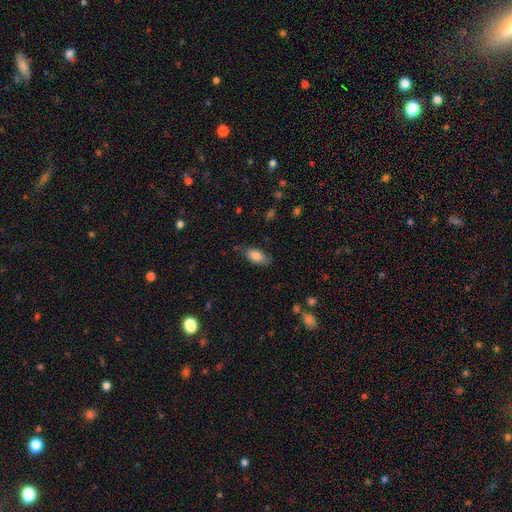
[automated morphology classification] Smooth or featured?
  - smooth: 81% *
  - featured or disk: 12%
  - star or artifact: 7%
How rounded?
  - in between: 89% *
  - cigar-shaped: 8%
  - round: 3%
Merging?
  - none: 73% *
  - minor disturbance: 20%
  - major disturbance: 5%
  - merger: 2%